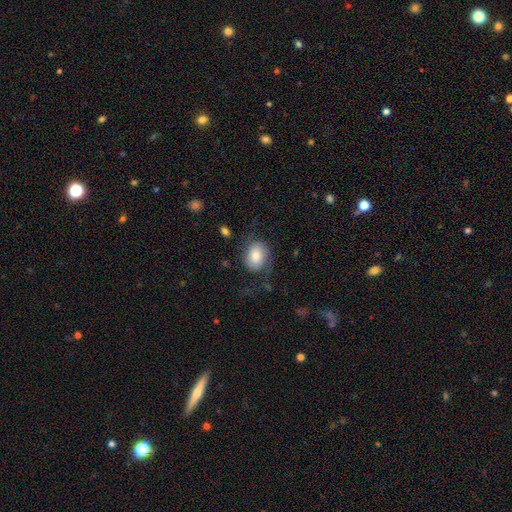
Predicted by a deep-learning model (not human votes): Morphology: type=smooth (57%); roundness=in between (64%); merging=none (55%).